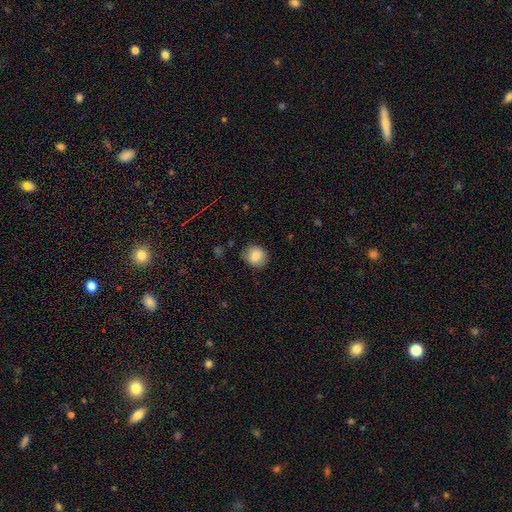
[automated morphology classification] This appears to be a smooth galaxy with no disk features (85%) that is round (75%). Merging: none (82%).